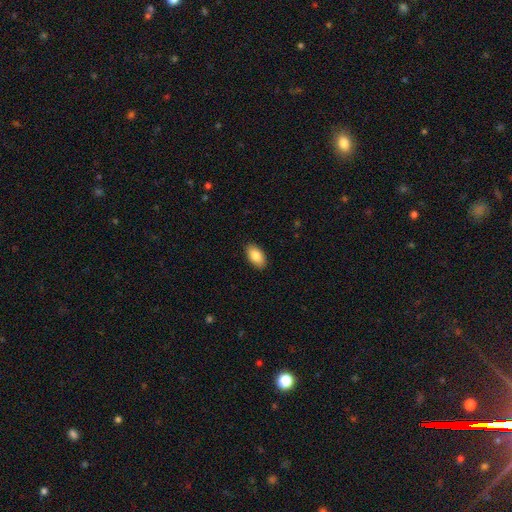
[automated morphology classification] Overall: smooth (85%). How rounded: in between (94%). Merging: none (90%).